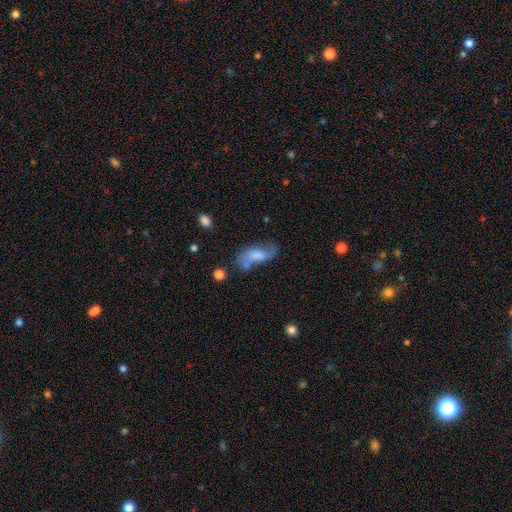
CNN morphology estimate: This appears to be a smooth galaxy with no disk features (56%) that is in between round and cigar-shaped (82%). Merging: none (41%).